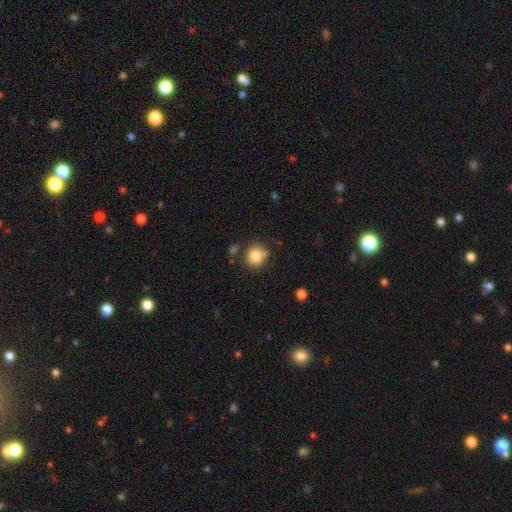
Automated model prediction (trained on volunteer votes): A smooth galaxy with no disk features (83%) that is round (85%). Merging: none (76%).